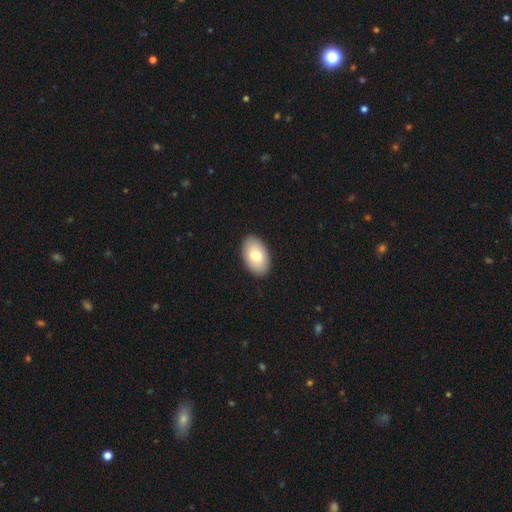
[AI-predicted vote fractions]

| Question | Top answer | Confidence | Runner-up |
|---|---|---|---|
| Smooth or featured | smooth | 77% | featured or disk (17%) |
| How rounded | in between | 94% | round (5%) |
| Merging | none | 90% | minor disturbance (7%) |